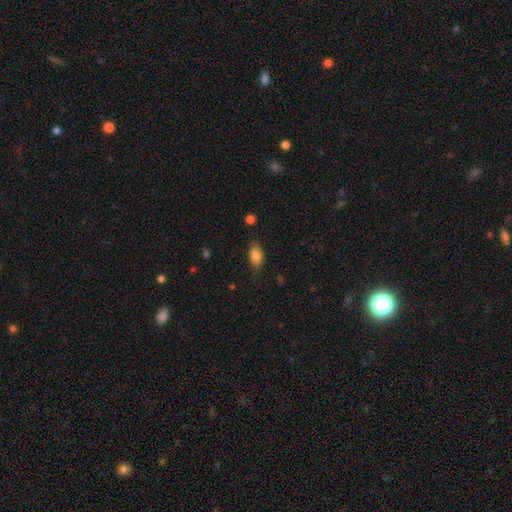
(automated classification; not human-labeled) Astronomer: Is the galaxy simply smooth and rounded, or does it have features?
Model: smooth — 82%.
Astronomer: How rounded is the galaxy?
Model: in between — 87%.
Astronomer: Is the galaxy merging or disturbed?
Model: none — 79%.